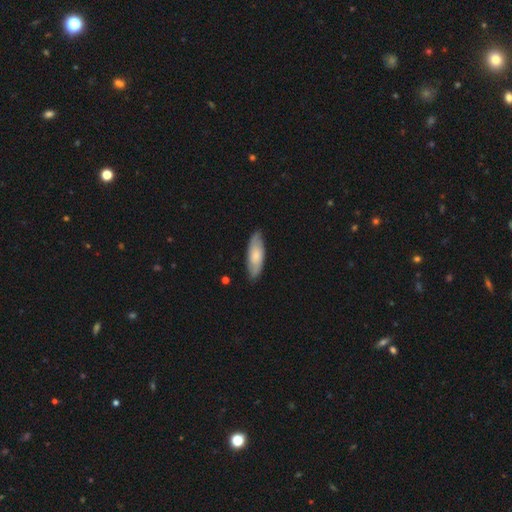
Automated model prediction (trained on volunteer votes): Smooth or featured?
  - smooth: 55% *
  - featured or disk: 39%
  - star or artifact: 5%
How rounded?
  - in between: 66% *
  - cigar-shaped: 32%
  - round: 2%
Merging?
  - none: 82% *
  - minor disturbance: 15%
  - major disturbance: 2%
  - merger: 1%